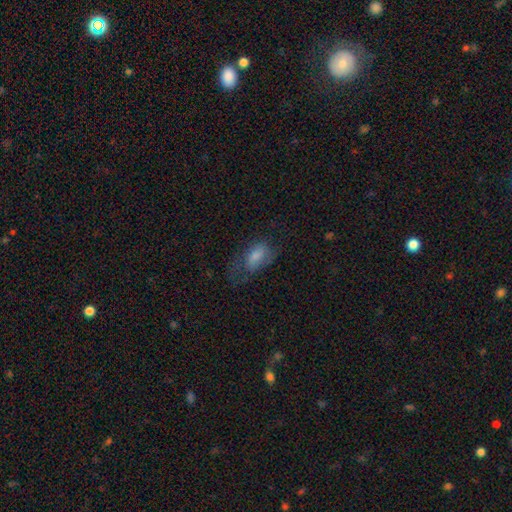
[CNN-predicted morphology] Smooth or featured: smooth — 55% (featured or disk — 33%)
How rounded: in between — 87% (round — 7%)
Merging: none — 44% (major disturbance — 29%)